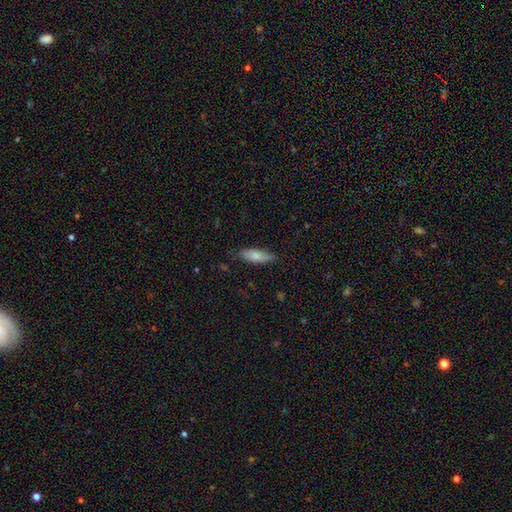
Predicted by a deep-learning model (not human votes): A smooth galaxy with no disk features (79%) that is in between round and cigar-shaped (59%). Merging: none (77%).